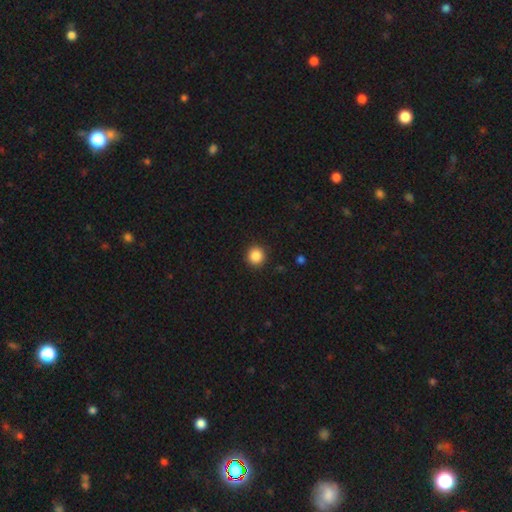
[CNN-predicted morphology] Overall: smooth (87%). How rounded: round (94%). Merging: none (92%).